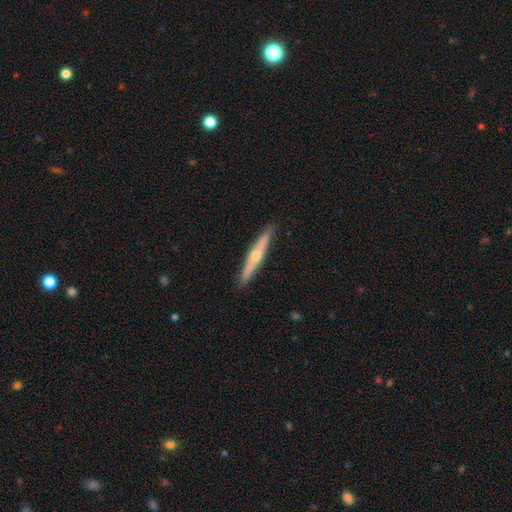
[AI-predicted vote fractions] Smooth or featured? featured or disk (61%)
Edge-on disk? yes (95%)
Edge-on bulge? rounded (86%)
Merging? none (90%)